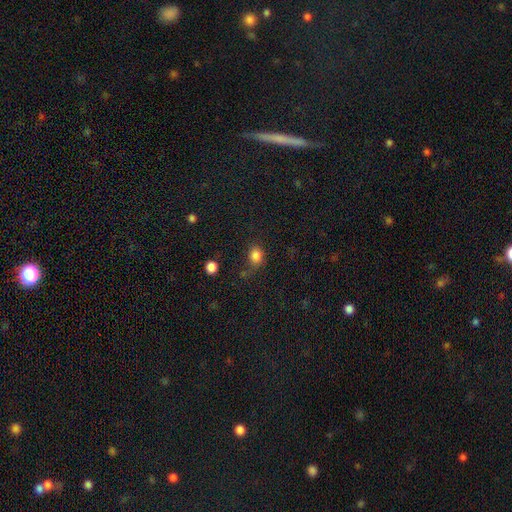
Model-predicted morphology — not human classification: A smooth galaxy with no disk features (83%) that is round (65%).

Vote fractions:
- Smooth or featured? smooth: 83% / star or artifact: 12% / featured or disk: 5%
- How rounded? round: 65% / in between: 34% / cigar-shaped: 1%
- Merging? none: 68% / minor disturbance: 19% / major disturbance: 8% / merger: 5%